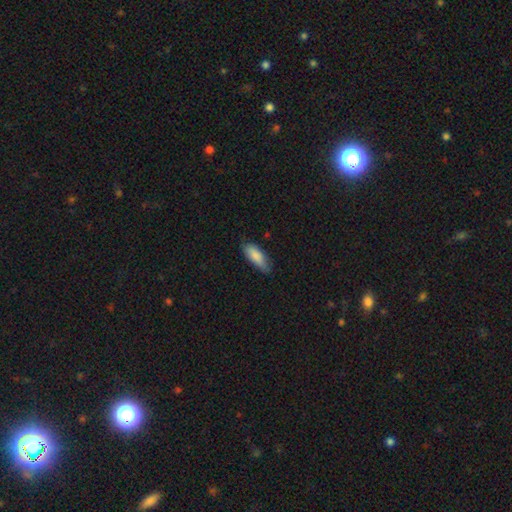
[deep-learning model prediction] The model was most divided on "how rounded": in between: 70%, cigar-shaped: 29%, round: 2%. More confident: smooth or featured — smooth (86%); merging — none (75%).